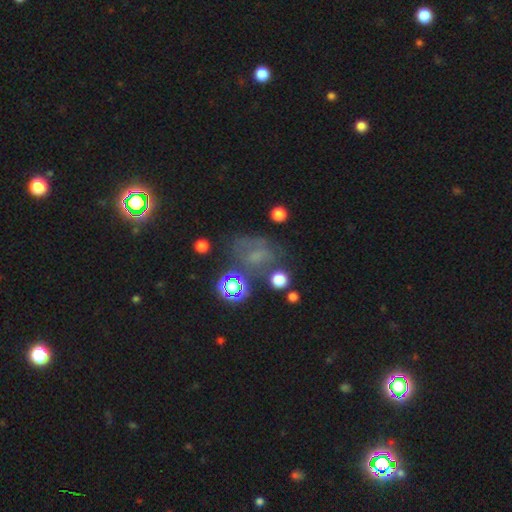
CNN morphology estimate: Smooth or featured?
  - star or artifact: 40% *
  - smooth: 34%
  - featured or disk: 26%